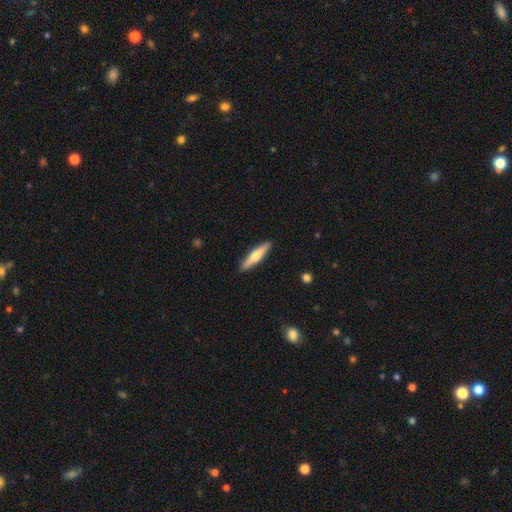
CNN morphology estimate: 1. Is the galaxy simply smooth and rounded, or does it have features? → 49% smooth, 46% featured or disk, 5% star or artifact.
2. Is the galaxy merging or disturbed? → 91% none, 7% minor disturbance, 1% major disturbance, 1% merger.